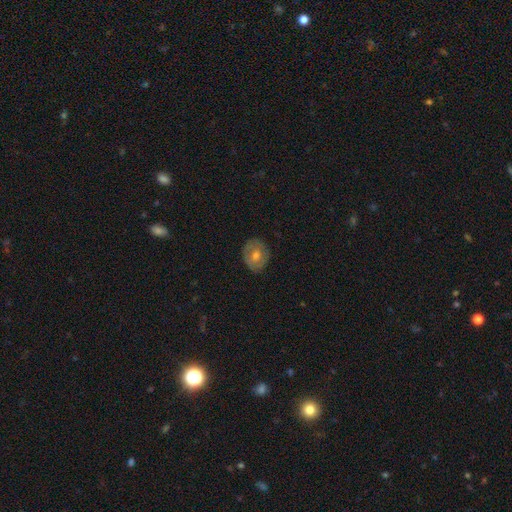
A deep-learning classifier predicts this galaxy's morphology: smooth 49%, featured or disk 42%, star or artifact 10%. Down the decision tree: merging — none (83%).